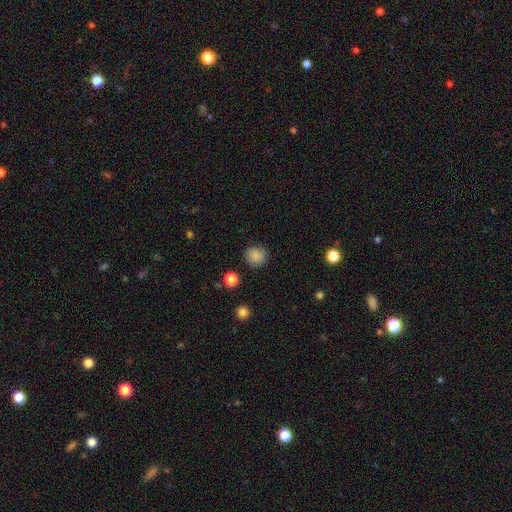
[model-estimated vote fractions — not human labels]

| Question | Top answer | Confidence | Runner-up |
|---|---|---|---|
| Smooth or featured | smooth | 86% | star or artifact (11%) |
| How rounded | round | 90% | in between (9%) |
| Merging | none | 86% | minor disturbance (10%) |